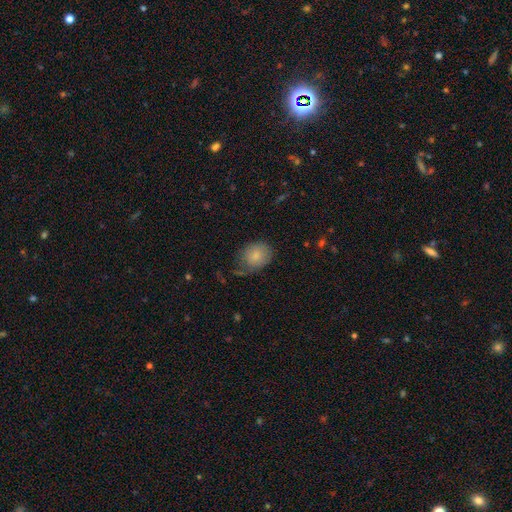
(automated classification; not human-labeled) Smooth or featured? Predicted: smooth (p=0.81). How rounded? Predicted: round (p=0.51). Merging? Predicted: none (p=0.52).